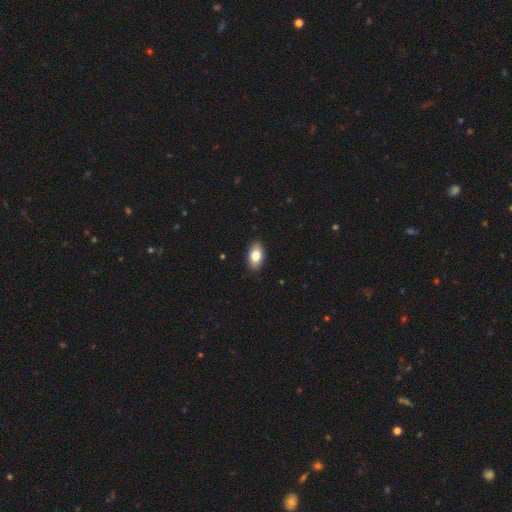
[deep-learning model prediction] Q: Smooth or featured?
A: smooth (81%); runner-up: featured or disk (12%)
Q: How rounded?
A: in between (92%); runner-up: round (6%)
Q: Merging?
A: none (90%); runner-up: minor disturbance (8%)